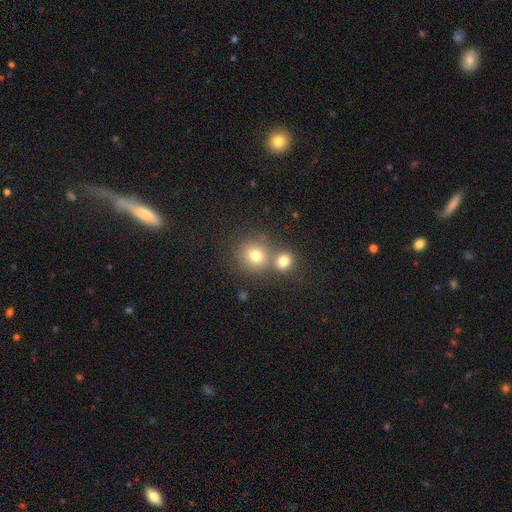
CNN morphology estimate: Smooth or featured? smooth (77%)
How rounded? round (87%)
Merging? none (56%)